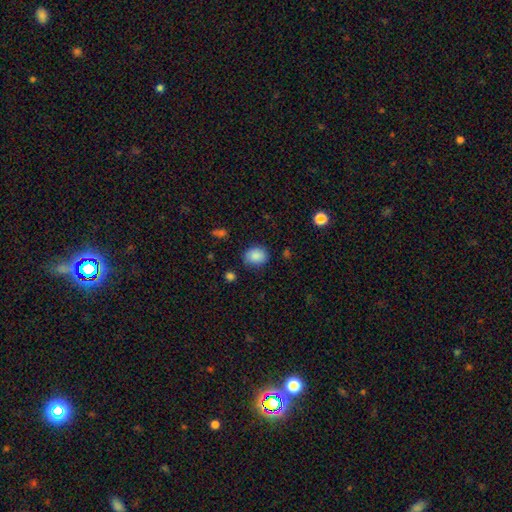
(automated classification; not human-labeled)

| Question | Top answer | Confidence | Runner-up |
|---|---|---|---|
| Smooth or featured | smooth | 86% | star or artifact (8%) |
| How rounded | round | 52% | in between (47%) |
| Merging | none | 76% | minor disturbance (18%) |